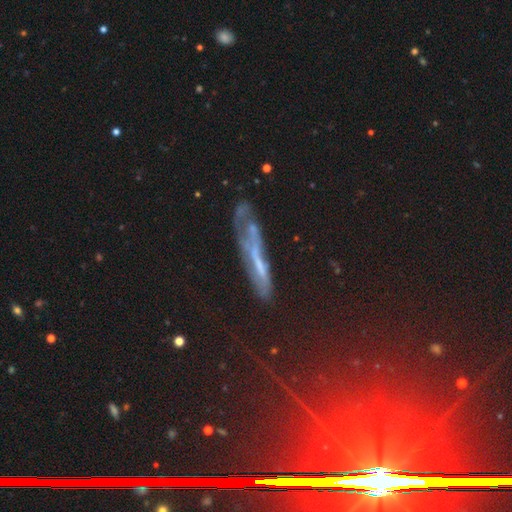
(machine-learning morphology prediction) Smooth or featured? featured or disk (51%)
Edge-on disk? yes (52%)
Merging? none (53%)